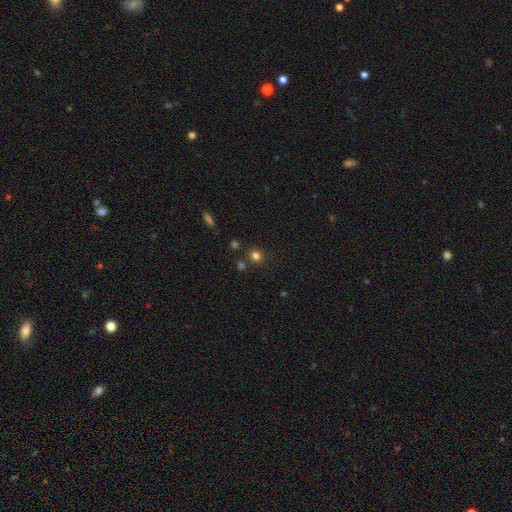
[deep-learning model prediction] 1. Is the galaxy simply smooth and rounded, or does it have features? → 78% smooth, 17% star or artifact, 6% featured or disk.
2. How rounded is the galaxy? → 88% round, 11% in between, 1% cigar-shaped.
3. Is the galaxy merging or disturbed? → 78% none, 10% merger, 8% minor disturbance, 3% major disturbance.